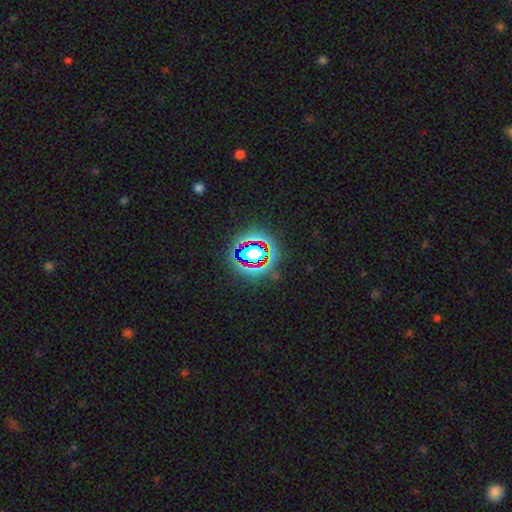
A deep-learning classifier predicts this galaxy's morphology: type=star or artifact (67%).